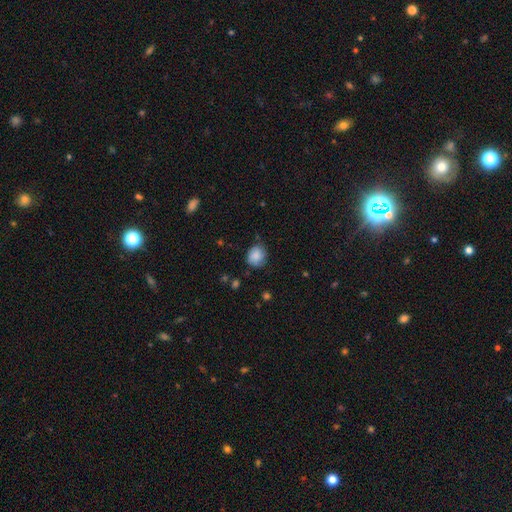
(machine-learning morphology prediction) Smooth or featured: smooth — 81% (featured or disk — 11%)
How rounded: round — 68% (in between — 31%)
Merging: none — 65% (minor disturbance — 26%)